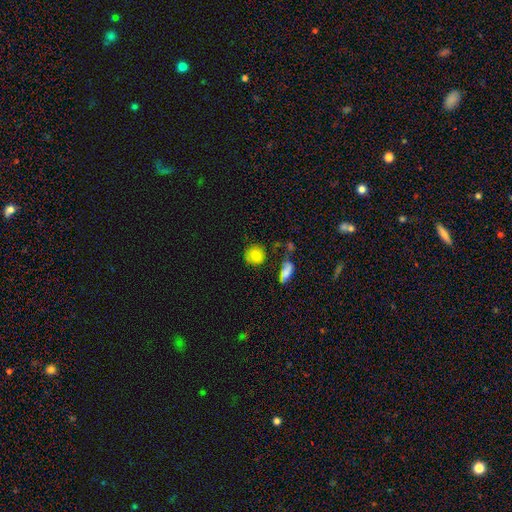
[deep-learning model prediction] smooth-or-featured: smooth: 79% | featured or disk: 11% | star or artifact: 10%
  how-rounded: round: 83% | in between: 16% | cigar-shaped: 2%
  merging: none: 71% | minor disturbance: 18% | major disturbance: 6% | merger: 5%